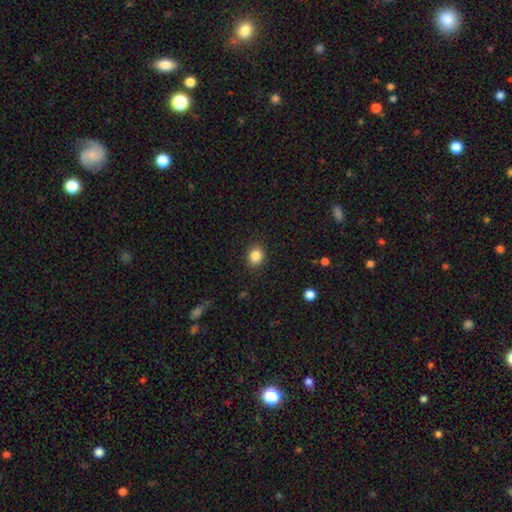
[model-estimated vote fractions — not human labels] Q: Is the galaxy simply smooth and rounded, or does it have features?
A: smooth — 85%.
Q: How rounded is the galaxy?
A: round — 62%.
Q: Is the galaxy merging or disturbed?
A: none — 89%.